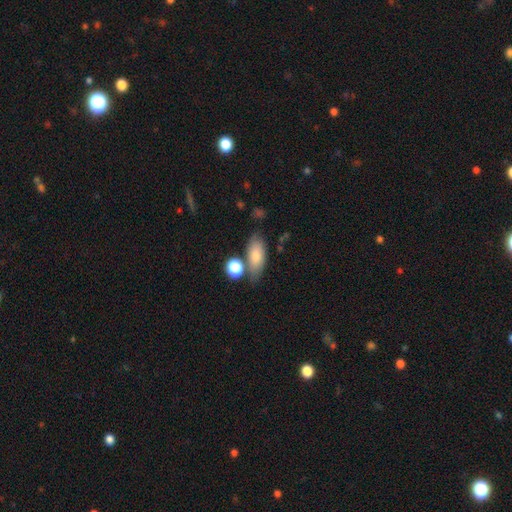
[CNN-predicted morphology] Q: Smooth or featured?
A: smooth (79%); runner-up: featured or disk (14%)
Q: How rounded?
A: in between (84%); runner-up: cigar-shaped (11%)
Q: Merging?
A: none (64%); runner-up: minor disturbance (18%)